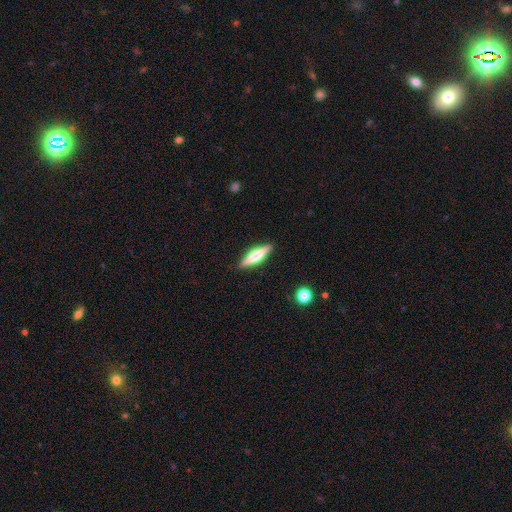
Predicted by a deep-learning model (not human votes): The model was most divided on "smooth or featured": featured or disk: 59%, smooth: 35%, star or artifact: 6%. More confident: edge-on disk — yes (96%); merging — none (90%); edge-on bulge — rounded (86%).